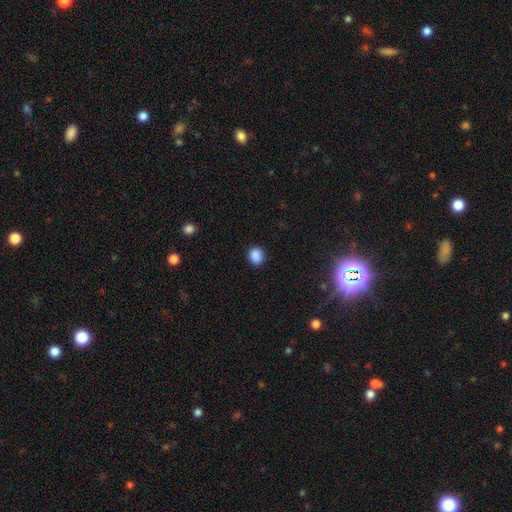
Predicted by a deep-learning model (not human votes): This is clearly a smooth galaxy (88%). How rounded: likely round (63%). Merging: clearly none (86%).